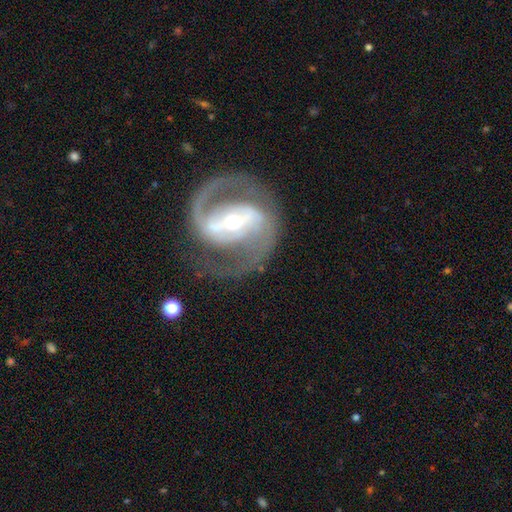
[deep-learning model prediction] A featured or disk galaxy (91%) with a strong bar (57%), 2 (92%) medium (56%) spiral arms (97%) and a moderate central bulge (56%).

Vote fractions:
- Smooth or featured? featured or disk: 91% / star or artifact: 5% / smooth: 4%
- Edge-on disk? no: 97% / yes: 3%
- Bar? strong: 57% / weak: 28% / no: 15%
- Spiral arms? yes: 97% / no: 3%
- Spiral winding? medium: 56% / tight: 31% / loose: 13%
- Spiral arm count? 2: 92% / can't tell: 2% / 1: 2% / 3: 2% / 4: 1% / more than 4: 1%
- Bulge size? moderate: 56% / small: 37% / large: 5% / dominant: 1% / none: 1%
- Merging? none: 78% / minor disturbance: 12% / major disturbance: 8% / merger: 2%